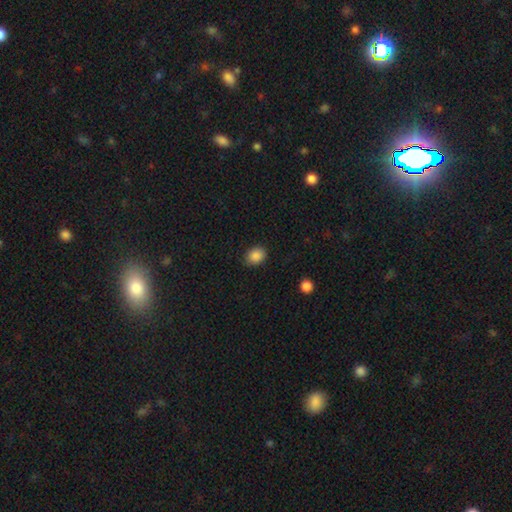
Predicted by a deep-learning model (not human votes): Smooth or featured? smooth (88%)
How rounded? round (50%)
Merging? none (87%)